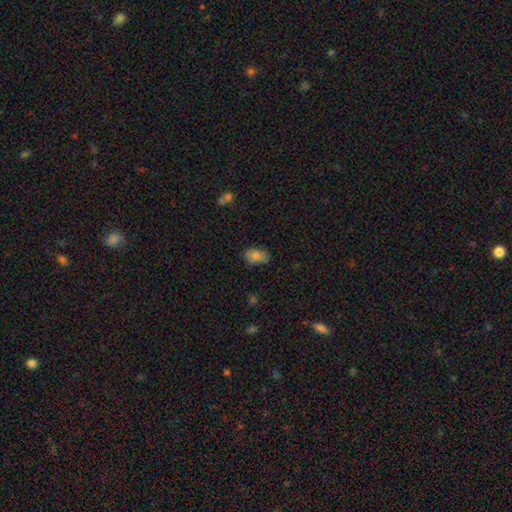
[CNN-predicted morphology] The model was most divided on "merging": none: 82%, minor disturbance: 14%, major disturbance: 3%, merger: 1%. More confident: how rounded — in between (90%); smooth or featured — smooth (84%).